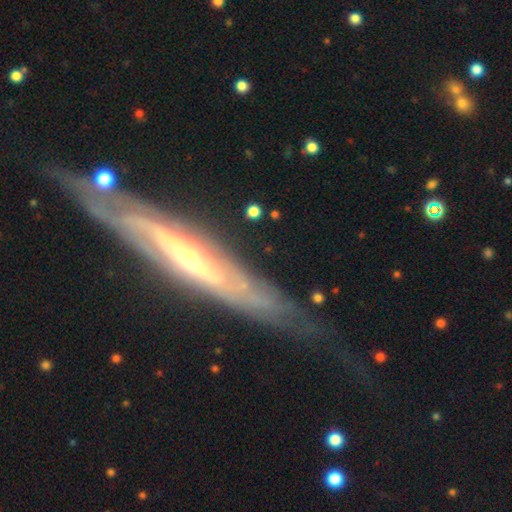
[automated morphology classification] The model was most divided on "edge-on disk" (2-way tie): yes: 50%, no: 50%. More confident: smooth or featured — featured or disk (84%); merging — none (63%).